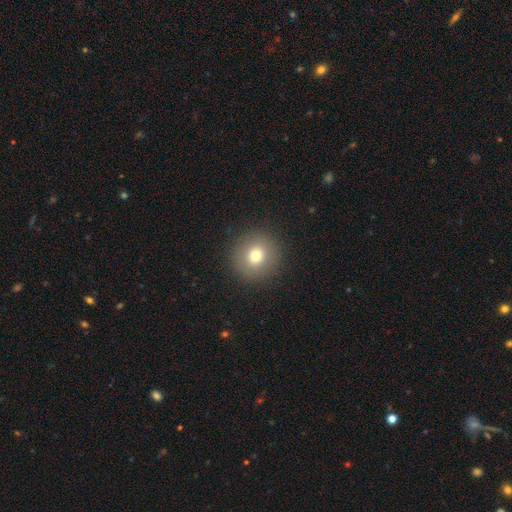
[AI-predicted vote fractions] This appears to be a smooth galaxy with no disk features (75%) that is round (93%). Merging: none (90%).